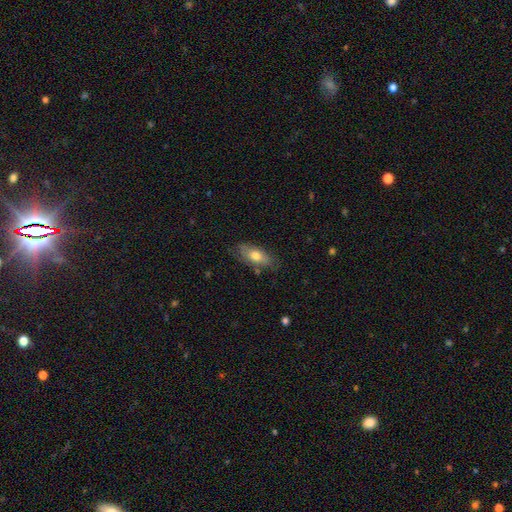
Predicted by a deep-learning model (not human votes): A smooth galaxy with no disk features (68%) that is in between round and cigar-shaped (82%).

Vote fractions:
- Smooth or featured? smooth: 68% / featured or disk: 25% / star or artifact: 7%
- How rounded? in between: 82% / cigar-shaped: 14% / round: 4%
- Merging? none: 73% / minor disturbance: 20% / major disturbance: 4% / merger: 3%